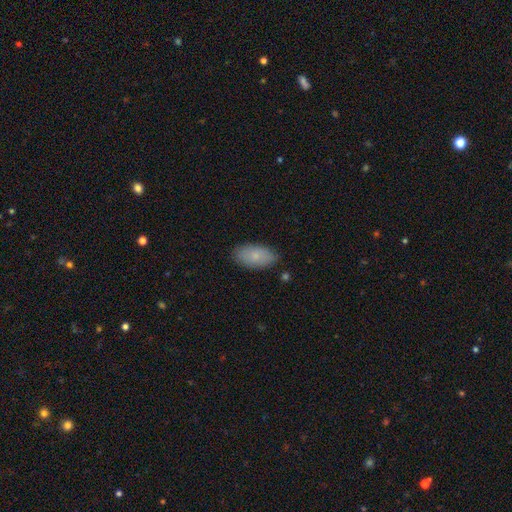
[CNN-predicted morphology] This appears to be a smooth galaxy with no disk features (80%) that is in between round and cigar-shaped (93%). Merging: none (83%).